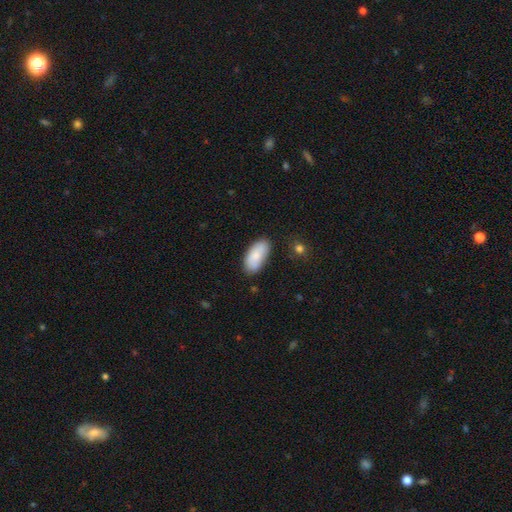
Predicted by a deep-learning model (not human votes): A smooth galaxy with no disk features (82%) that is in between round and cigar-shaped (92%).

Vote fractions:
- Smooth or featured? smooth: 82% / featured or disk: 12% / star or artifact: 6%
- How rounded? in between: 92% / cigar-shaped: 6% / round: 2%
- Merging? none: 78% / minor disturbance: 16% / major disturbance: 3% / merger: 3%